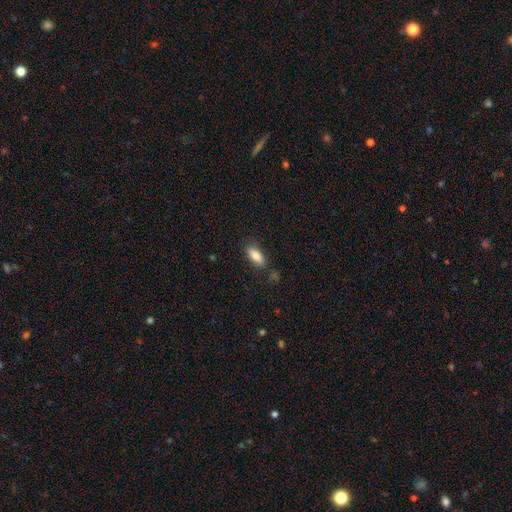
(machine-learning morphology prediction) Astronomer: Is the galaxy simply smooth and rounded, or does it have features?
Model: smooth — 83%.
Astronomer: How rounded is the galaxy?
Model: in between — 81%.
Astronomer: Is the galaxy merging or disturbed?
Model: none — 77%.